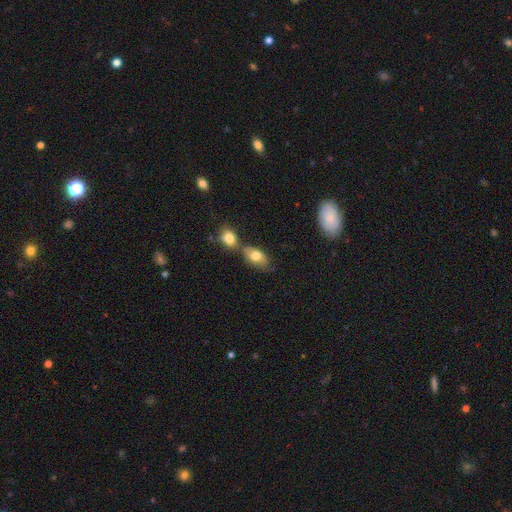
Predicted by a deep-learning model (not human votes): Smooth or featured: smooth — 75% (featured or disk — 17%)
How rounded: in between — 88% (round — 9%)
Merging: none — 43% (merger — 38%)